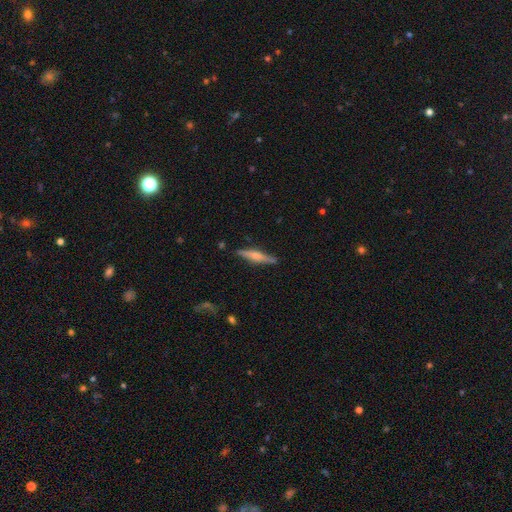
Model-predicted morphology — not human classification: A featured or disk galaxy (57%) viewed edge-on (96%) with a rounded central bulge (72%). Merging: none (87%).